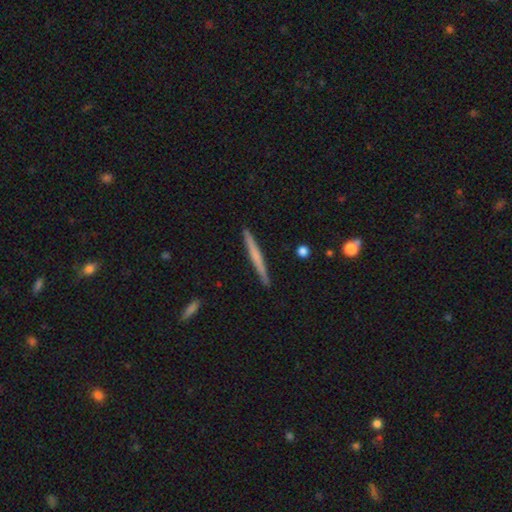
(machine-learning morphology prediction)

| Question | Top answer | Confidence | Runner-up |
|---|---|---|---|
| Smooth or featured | smooth | 49% | featured or disk (46%) |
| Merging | none | 91% | minor disturbance (6%) |